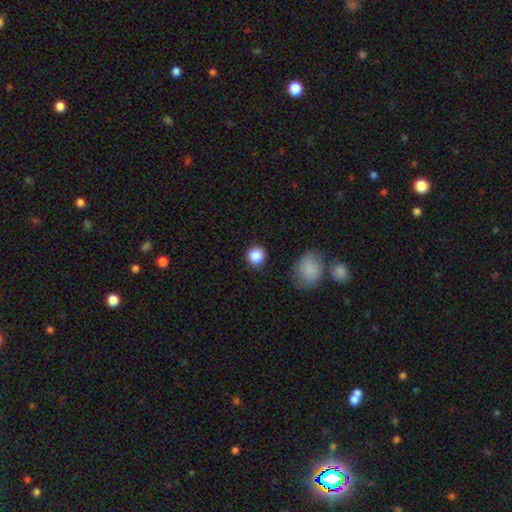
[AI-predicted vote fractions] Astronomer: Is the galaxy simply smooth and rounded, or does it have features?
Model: smooth — 87%.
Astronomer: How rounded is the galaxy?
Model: round — 92%.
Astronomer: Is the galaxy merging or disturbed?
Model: none — 87%.